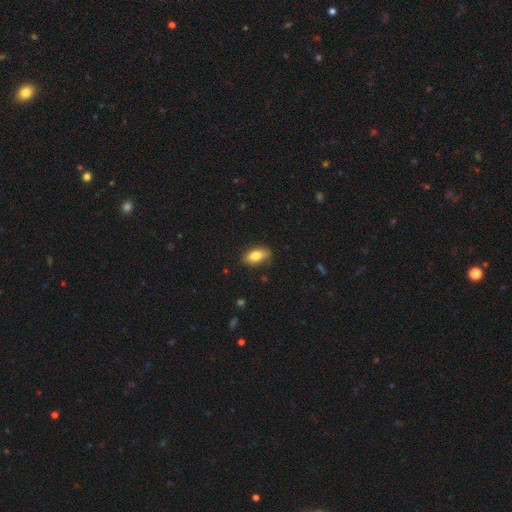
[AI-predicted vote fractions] smooth_or_featured: smooth (p=0.79) [alt: featured or disk p=0.14]
how_rounded: in between (p=0.86) [alt: cigar-shaped p=0.10]
merging: none (p=0.82) [alt: minor disturbance p=0.14]